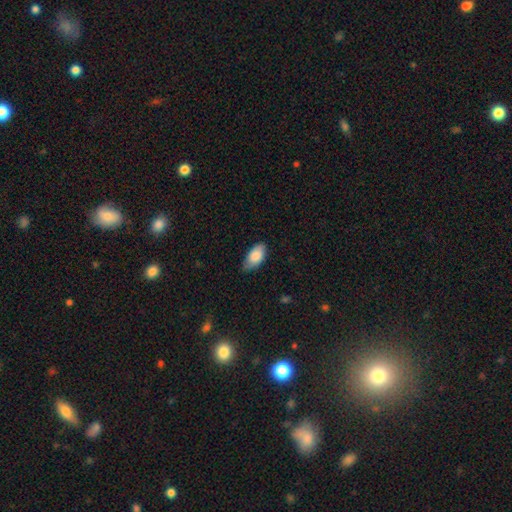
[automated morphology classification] smooth-or-featured: smooth: 85% | featured or disk: 9% | star or artifact: 6%
  how-rounded: in between: 94% | cigar-shaped: 3% | round: 3%
  merging: none: 71% | minor disturbance: 24% | major disturbance: 3% | merger: 1%